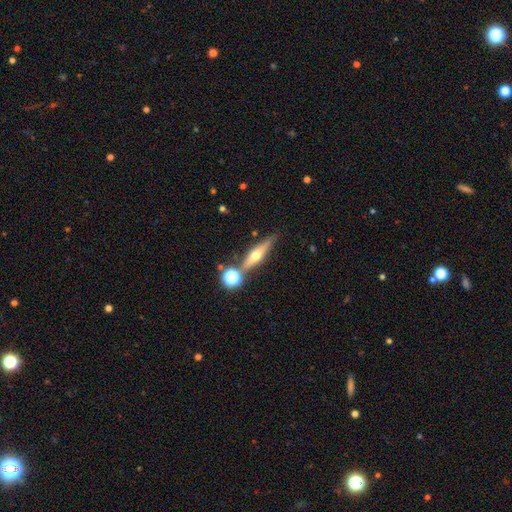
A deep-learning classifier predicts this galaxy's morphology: A featured or disk galaxy (56%) viewed edge-on (91%) with a rounded central bulge (91%).

Vote fractions:
- Smooth or featured? featured or disk: 56% / smooth: 35% / star or artifact: 9%
- Edge-on disk? yes: 91% / no: 9%
- Edge-on bulge? rounded: 91% / none: 5% / boxy: 4%
- Merging? none: 73% / minor disturbance: 12% / merger: 11% / major disturbance: 3%